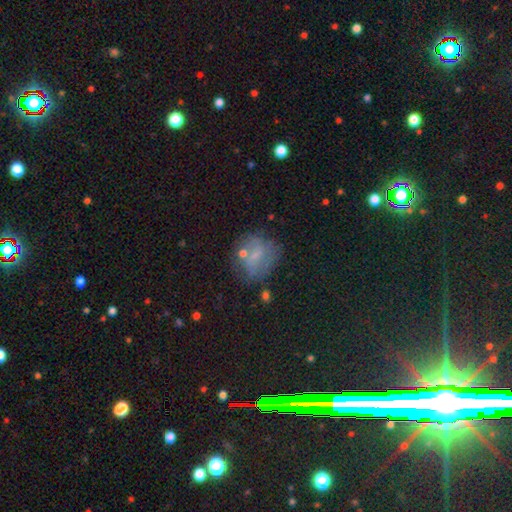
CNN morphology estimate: Smooth or featured? Predicted: smooth (p=0.45). Merging? Predicted: none (p=0.58).